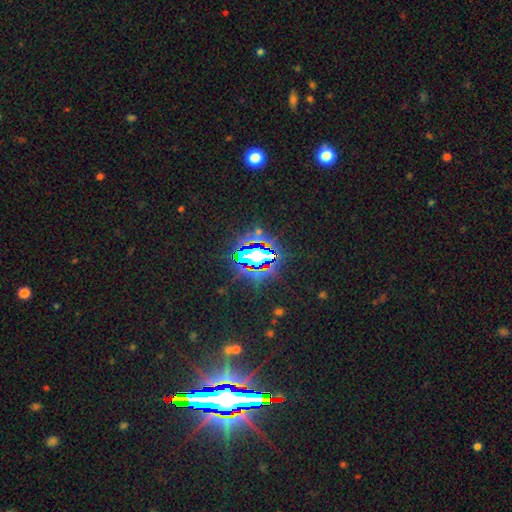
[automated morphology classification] Q: Smooth or featured?
A: star or artifact (73%); runner-up: smooth (16%)